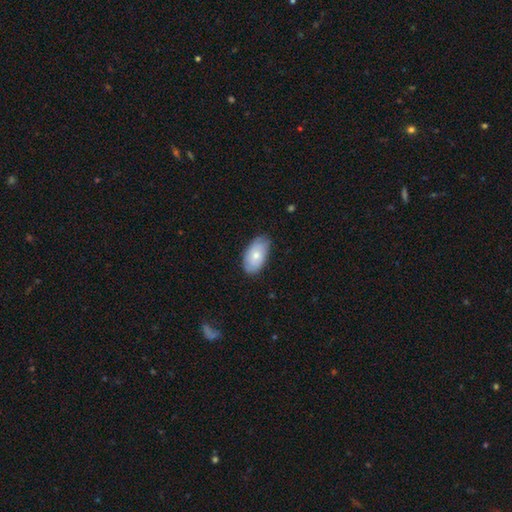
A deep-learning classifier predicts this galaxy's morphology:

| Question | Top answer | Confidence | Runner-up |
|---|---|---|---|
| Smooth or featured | smooth | 67% | featured or disk (27%) |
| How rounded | in between | 94% | round (4%) |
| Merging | none | 74% | minor disturbance (21%) |